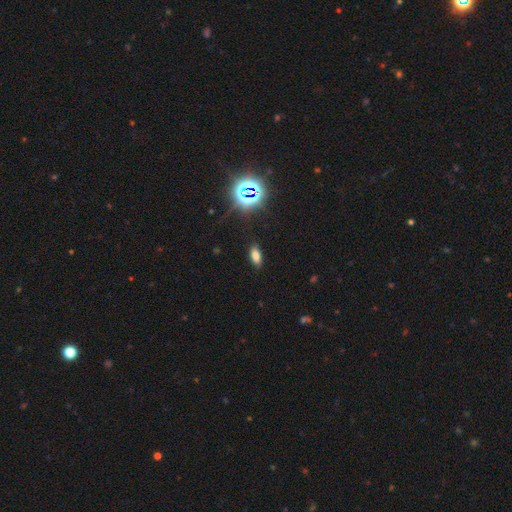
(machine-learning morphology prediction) type=smooth (70%); roundness=in between (83%); merging=none (86%).